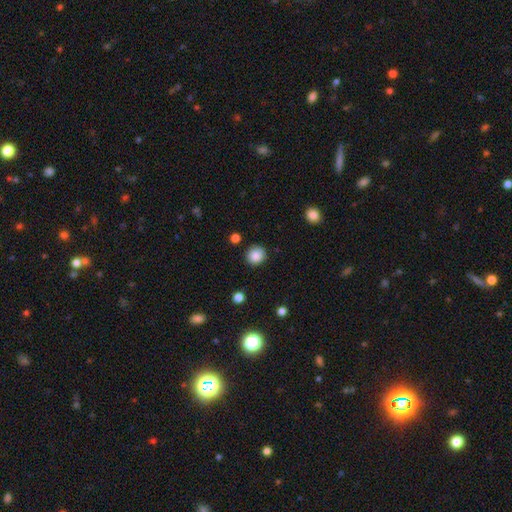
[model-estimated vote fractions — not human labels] Smooth or featured: smooth — 87% (star or artifact — 9%)
How rounded: round — 89% (in between — 10%)
Merging: none — 90% (minor disturbance — 6%)